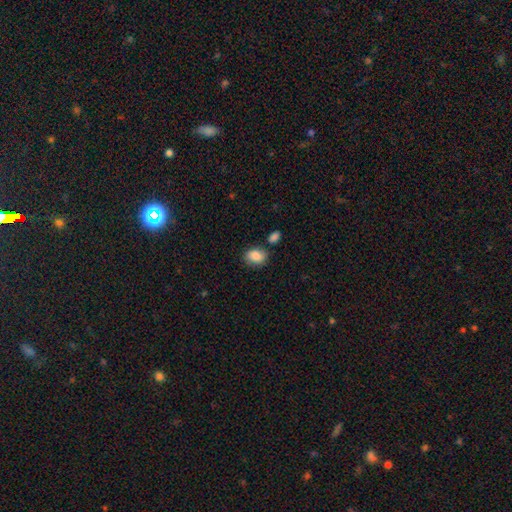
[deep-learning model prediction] This appears to be a smooth galaxy with no disk features (85%) that is in between round and cigar-shaped (67%). Merging: none (71%).